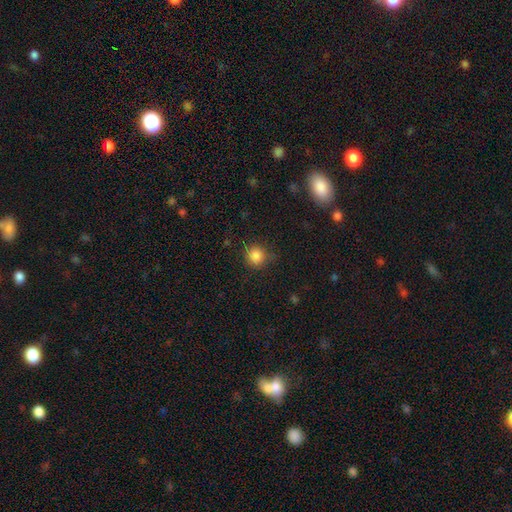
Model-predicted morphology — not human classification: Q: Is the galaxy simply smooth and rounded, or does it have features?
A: smooth — 85%.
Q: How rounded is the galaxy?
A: round — 90%.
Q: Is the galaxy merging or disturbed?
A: none — 79%.